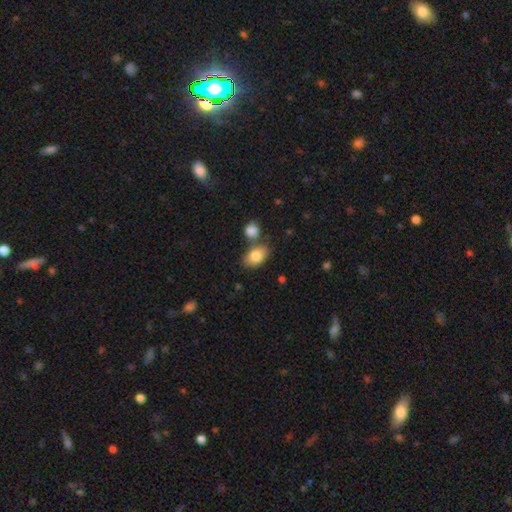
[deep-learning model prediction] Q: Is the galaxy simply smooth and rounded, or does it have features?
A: smooth — 82%.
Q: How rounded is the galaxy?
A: in between — 88%.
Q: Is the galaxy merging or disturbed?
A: none — 62%.